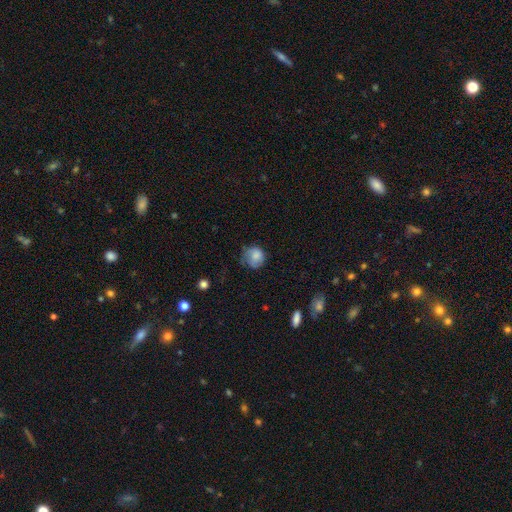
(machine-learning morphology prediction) smooth_or_featured: smooth (p=0.76) [alt: featured or disk p=0.15]
how_rounded: round (p=0.78) [alt: in between p=0.21]
merging: none (p=0.50) [alt: minor disturbance p=0.31]